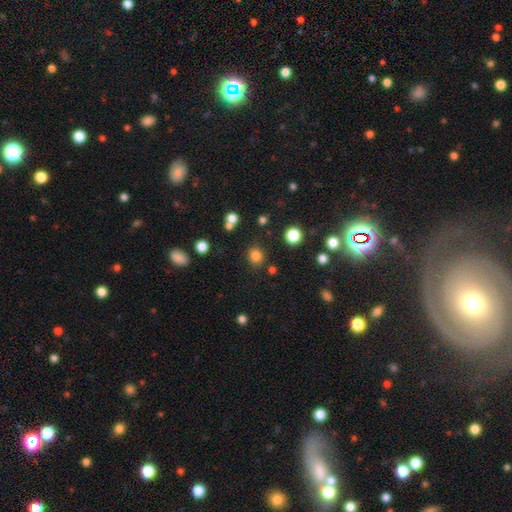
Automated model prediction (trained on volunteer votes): Overall: smooth (81%). How rounded: round (82%). Merging: none (83%).